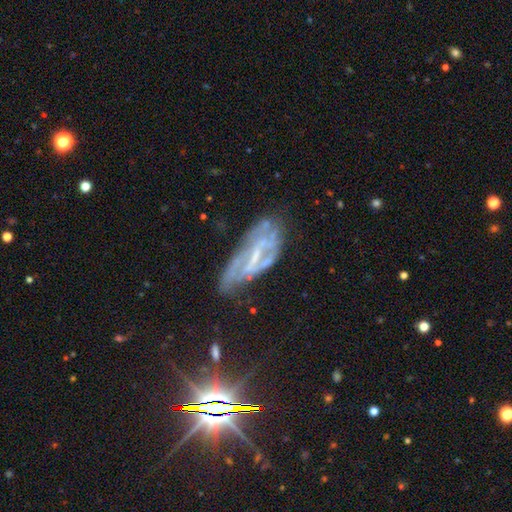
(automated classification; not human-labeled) This is likely a featured or disk galaxy (70%). It is clearly not viewed edge-on (83%). Bar: marginally strong (37%). Spiral arm pattern: likely yes (62%). Central bulge: possibly small (48%). Merging: possibly none (49%).